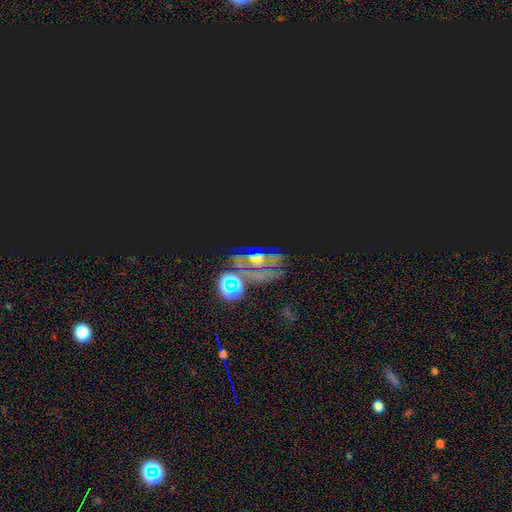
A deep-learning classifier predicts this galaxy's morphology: Overall: star or artifact (55%; featured or disk 32%).